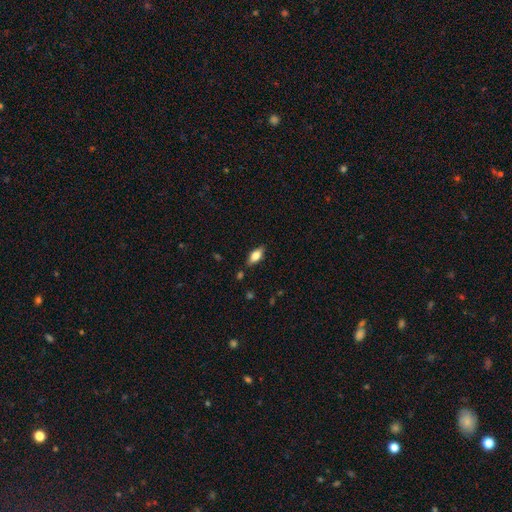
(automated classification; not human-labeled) Overall: smooth (74%). How rounded: in between (85%). Merging: none (83%).